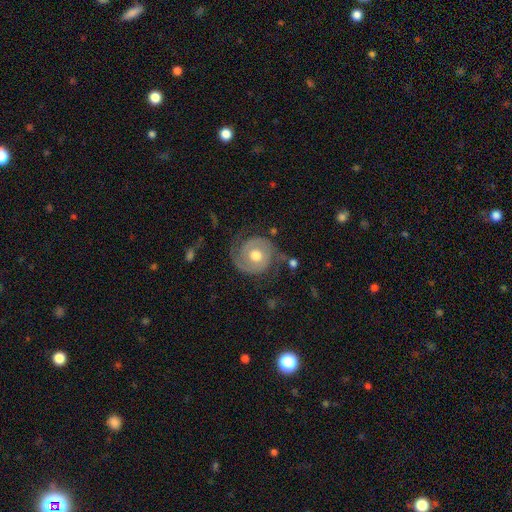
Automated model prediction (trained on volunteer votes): This appears to be a featured or disk galaxy (82%) with no bar (74%), 2 (86%) tight (45%) spiral arms (94%) and a moderate central bulge (76%). Merging: none (66%).